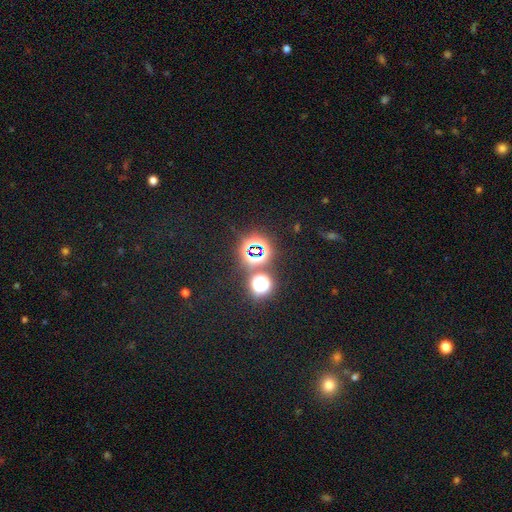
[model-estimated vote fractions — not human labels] Smooth or featured?
  - star or artifact: 73% *
  - smooth: 19%
  - featured or disk: 8%